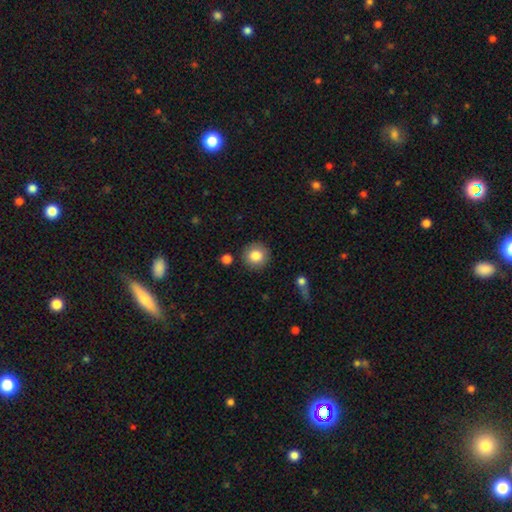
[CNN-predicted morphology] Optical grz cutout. It shows a smooth galaxy with no disk features (82%) that is round (94%). Merging: none (89%).